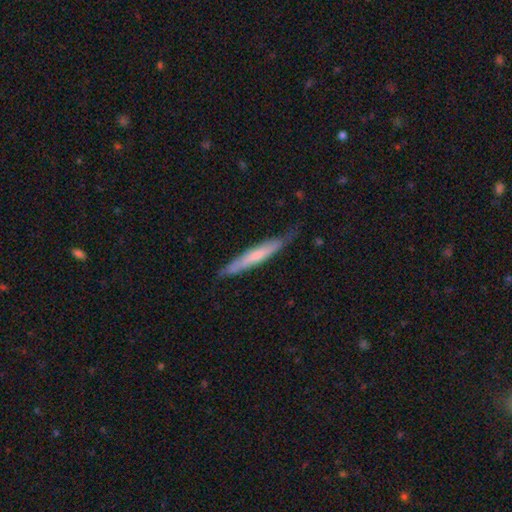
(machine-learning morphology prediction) Overall: smooth (54%; featured or disk 41%). How rounded: cigar-shaped (94%). Merging: none (74%).